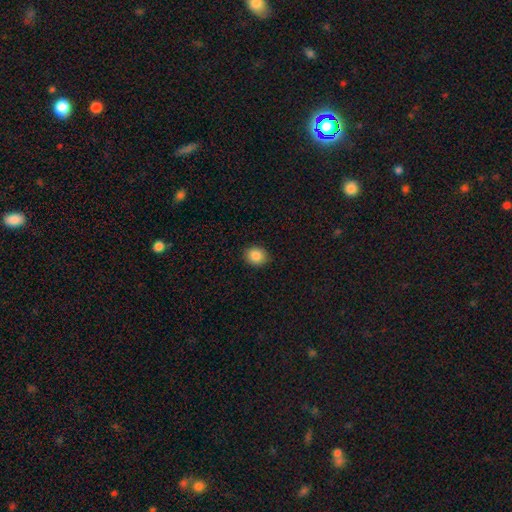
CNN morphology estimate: type=smooth (86%); roundness=round (66%); merging=none (90%).